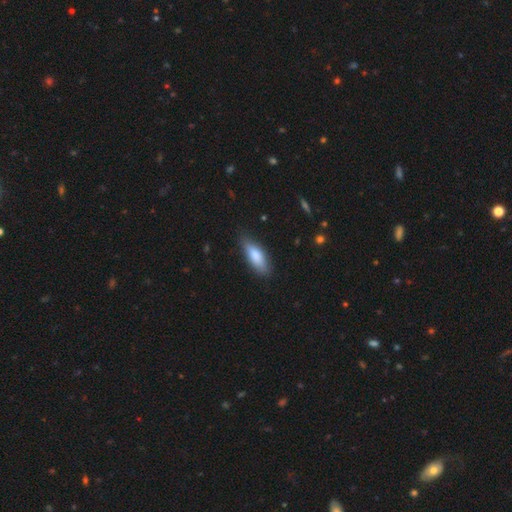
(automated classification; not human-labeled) This appears to be a smooth galaxy with no disk features (81%) that is in between round and cigar-shaped (63%). Merging: none (78%).